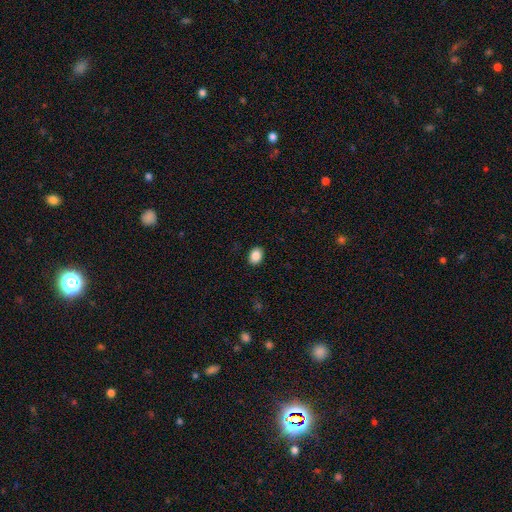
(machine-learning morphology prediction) Smooth or featured: smooth — 88% (star or artifact — 8%)
How rounded: in between — 72% (round — 27%)
Merging: none — 89% (minor disturbance — 8%)